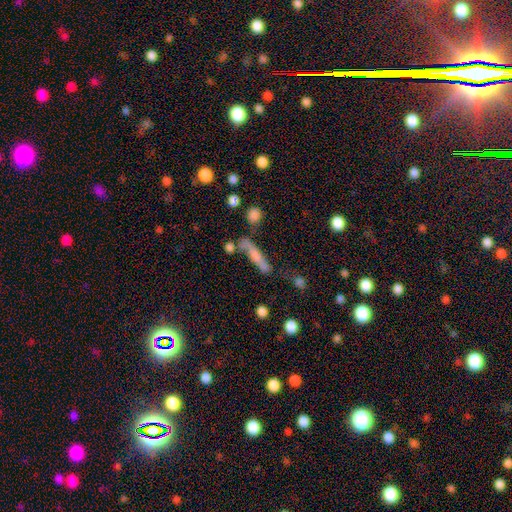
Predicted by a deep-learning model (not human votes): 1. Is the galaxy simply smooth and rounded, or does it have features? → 55% smooth, 34% featured or disk, 11% star or artifact.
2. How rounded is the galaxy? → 80% cigar-shaped, 16% in between, 4% round.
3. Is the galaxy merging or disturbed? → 50% none, 21% minor disturbance, 17% merger, 12% major disturbance.